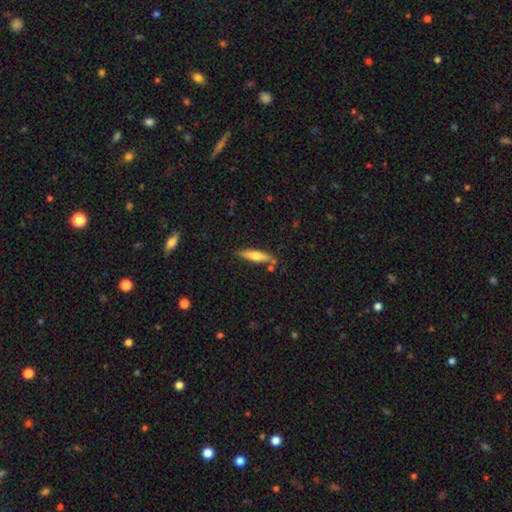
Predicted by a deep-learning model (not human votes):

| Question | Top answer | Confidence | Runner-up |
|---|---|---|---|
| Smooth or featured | smooth | 57% | featured or disk (37%) |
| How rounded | cigar-shaped | 78% | in between (21%) |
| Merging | none | 77% | minor disturbance (14%) |